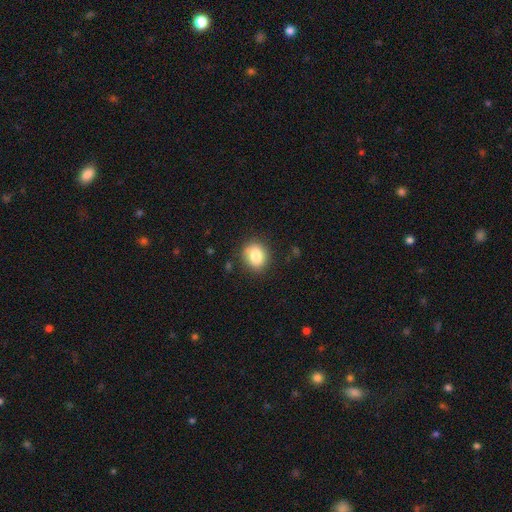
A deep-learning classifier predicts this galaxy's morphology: smooth 83%, star or artifact 9%, featured or disk 8%. Down the decision tree: how rounded — round (66%); merging — none (81%).